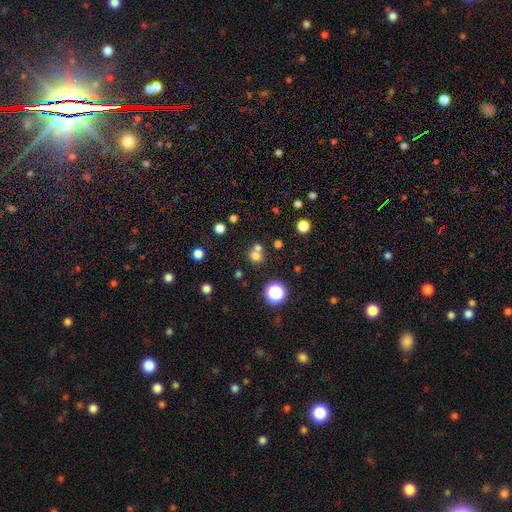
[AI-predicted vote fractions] Smooth or featured: smooth — 68% (star or artifact — 22%)
How rounded: round — 86% (in between — 13%)
Merging: none — 51% (merger — 40%)